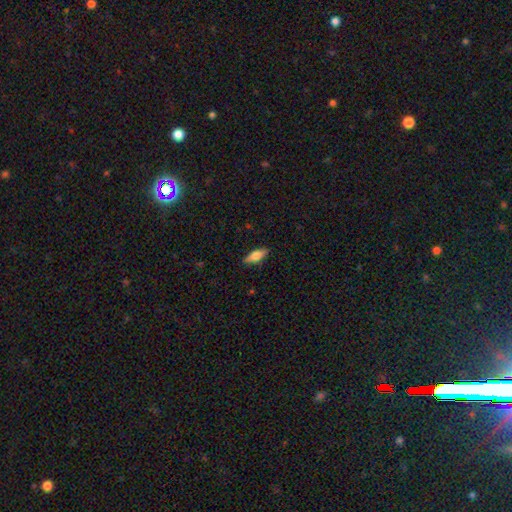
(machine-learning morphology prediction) Q: Smooth or featured?
A: smooth (68%); runner-up: featured or disk (25%)
Q: How rounded?
A: in between (66%); runner-up: cigar-shaped (31%)
Q: Merging?
A: none (87%); runner-up: minor disturbance (10%)